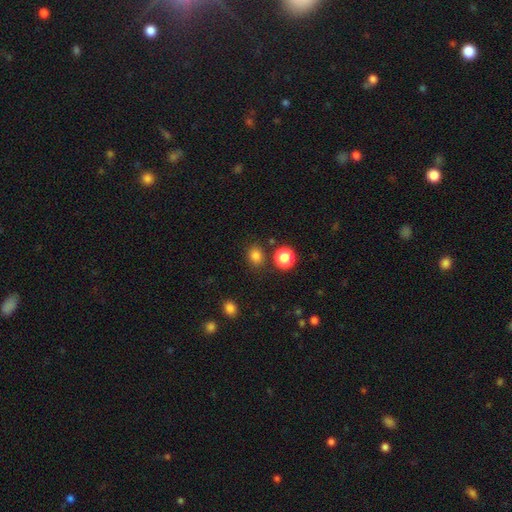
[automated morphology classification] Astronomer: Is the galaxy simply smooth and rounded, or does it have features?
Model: smooth — 81%.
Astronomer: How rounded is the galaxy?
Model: round — 65%.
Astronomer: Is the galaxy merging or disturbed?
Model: none — 81%.